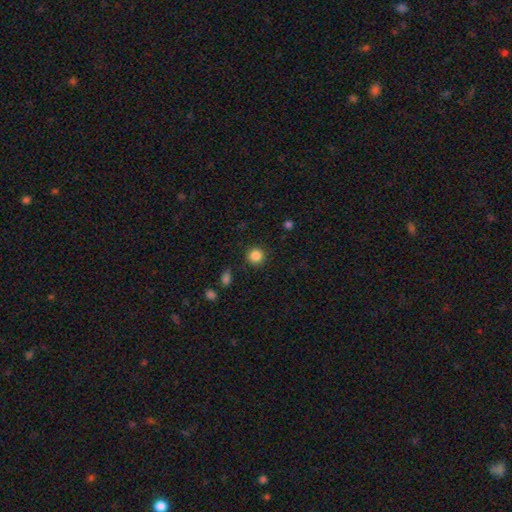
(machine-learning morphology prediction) A smooth galaxy with no disk features (85%) that is round (94%).

Vote fractions:
- Smooth or featured? smooth: 85% / star or artifact: 11% / featured or disk: 4%
- How rounded? round: 94% / in between: 5% / cigar-shaped: 1%
- Merging? none: 90% / minor disturbance: 6% / major disturbance: 2% / merger: 1%